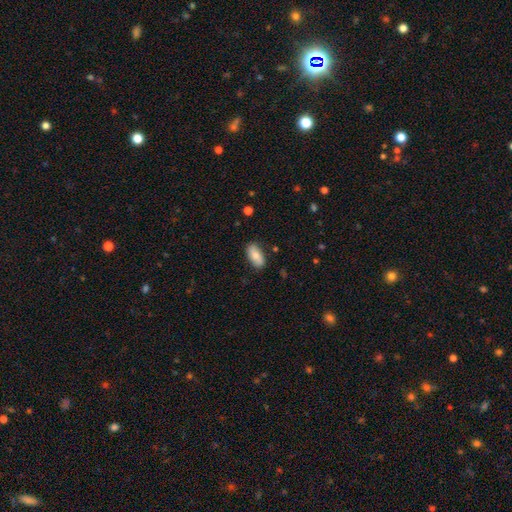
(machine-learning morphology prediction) A smooth galaxy with no disk features (78%) that is in between round and cigar-shaped (92%). Merging: none (83%).